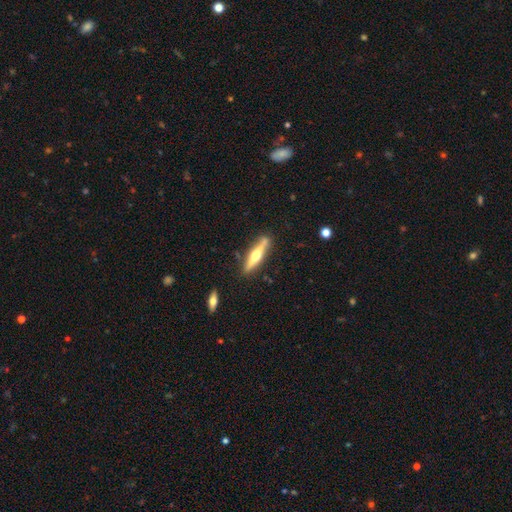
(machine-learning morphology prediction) Smooth or featured? featured or disk (63%)
Edge-on disk? yes (95%)
Edge-on bulge? rounded (94%)
Merging? none (83%)